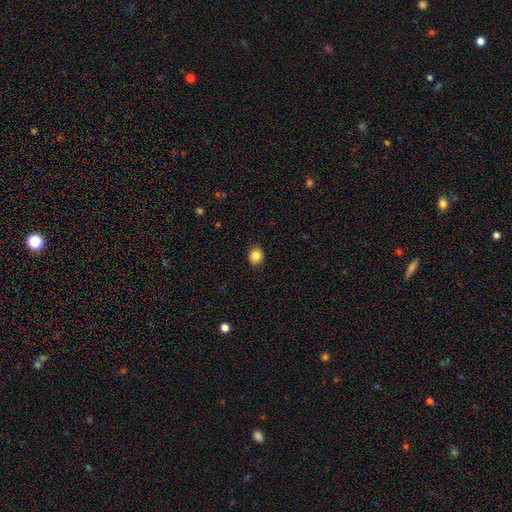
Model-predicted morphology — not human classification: A smooth galaxy with no disk features (85%) that is round (67%).

Vote fractions:
- Smooth or featured? smooth: 85% / star or artifact: 10% / featured or disk: 5%
- How rounded? round: 67% / in between: 32% / cigar-shaped: 1%
- Merging? none: 89% / minor disturbance: 8% / major disturbance: 2% / merger: 1%